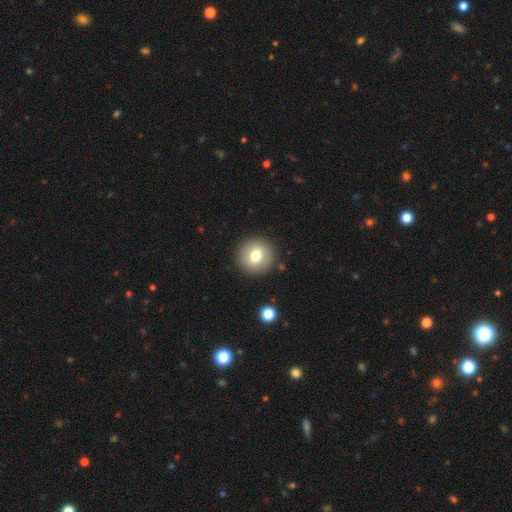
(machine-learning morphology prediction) smooth_or_featured: smooth (p=0.74) [alt: featured or disk p=0.17]
how_rounded: round (p=0.91) [alt: in between p=0.09]
merging: none (p=0.89) [alt: minor disturbance p=0.06]